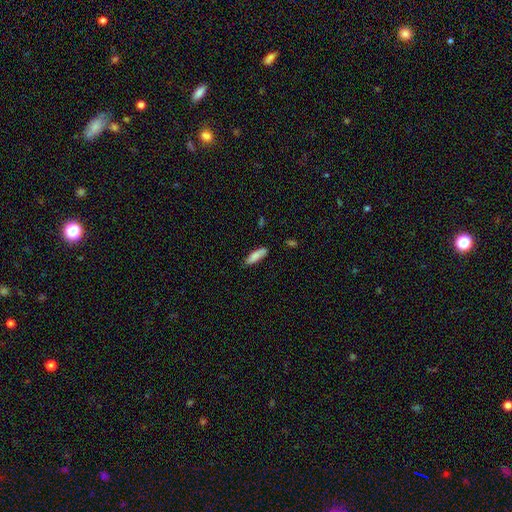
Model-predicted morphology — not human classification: A smooth galaxy with no disk features (83%) that is in between round and cigar-shaped (50%).

Vote fractions:
- Smooth or featured? smooth: 83% / featured or disk: 11% / star or artifact: 6%
- How rounded? in between: 50% / cigar-shaped: 48% / round: 2%
- Merging? none: 80% / minor disturbance: 16% / major disturbance: 3% / merger: 2%